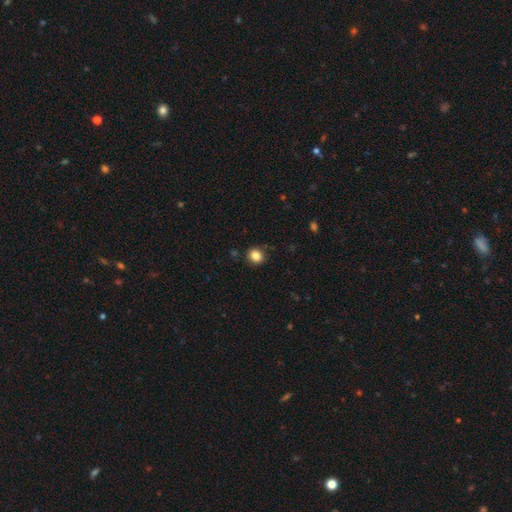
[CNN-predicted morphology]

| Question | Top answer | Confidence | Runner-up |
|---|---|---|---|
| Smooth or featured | smooth | 85% | star or artifact (11%) |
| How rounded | round | 80% | in between (19%) |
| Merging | none | 88% | minor disturbance (9%) |